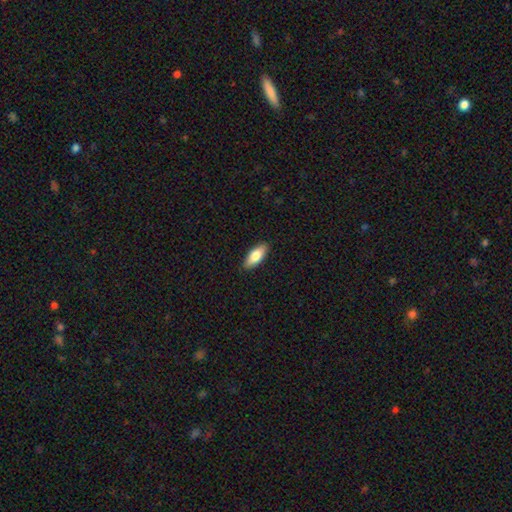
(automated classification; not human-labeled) Smooth or featured? smooth (79%)
How rounded? in between (80%)
Merging? none (89%)